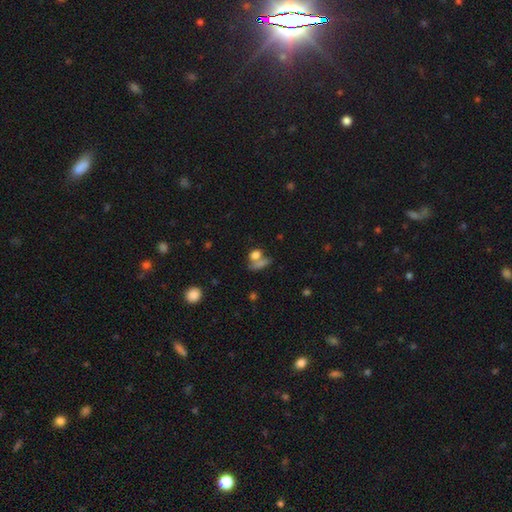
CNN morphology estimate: This is likely a smooth galaxy (74%). How rounded: possibly in between (56%). Merging: marginally merger (44%).